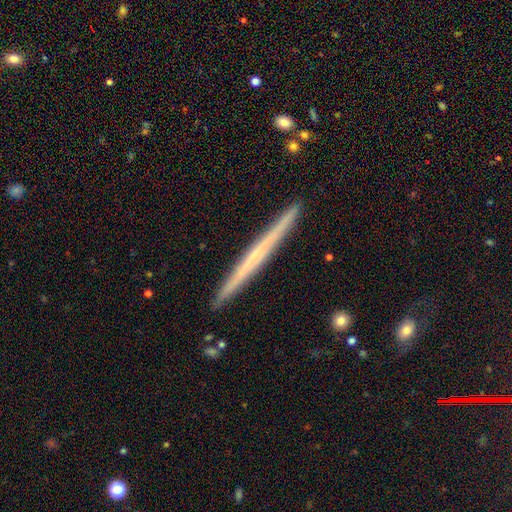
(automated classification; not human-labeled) Smooth or featured: featured or disk — 59% (smooth — 34%)
Edge-on disk: yes — 98% (no — 2%)
Edge-on bulge: none — 81% (rounded — 15%)
Merging: none — 92% (minor disturbance — 6%)